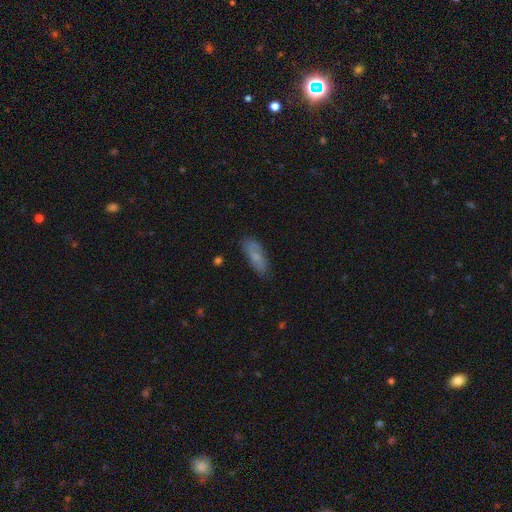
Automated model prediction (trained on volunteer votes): Smooth or featured?
  - smooth: 69% *
  - featured or disk: 23%
  - star or artifact: 8%
How rounded?
  - in between: 64% *
  - cigar-shaped: 33%
  - round: 2%
Merging?
  - none: 75% *
  - minor disturbance: 18%
  - major disturbance: 4%
  - merger: 2%